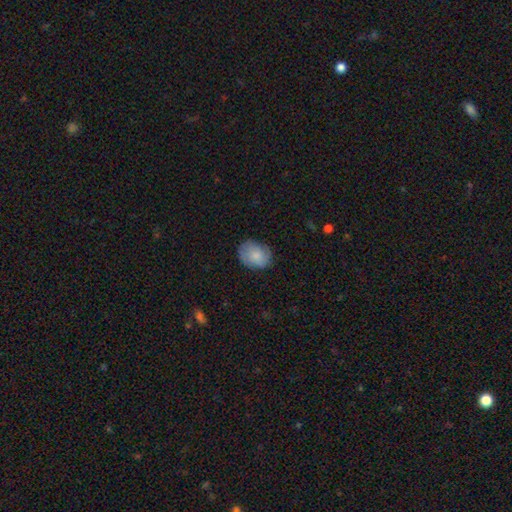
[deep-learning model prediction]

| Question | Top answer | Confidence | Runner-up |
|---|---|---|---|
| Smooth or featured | smooth | 74% | featured or disk (19%) |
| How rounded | in between | 61% | round (38%) |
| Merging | none | 73% | minor disturbance (21%) |